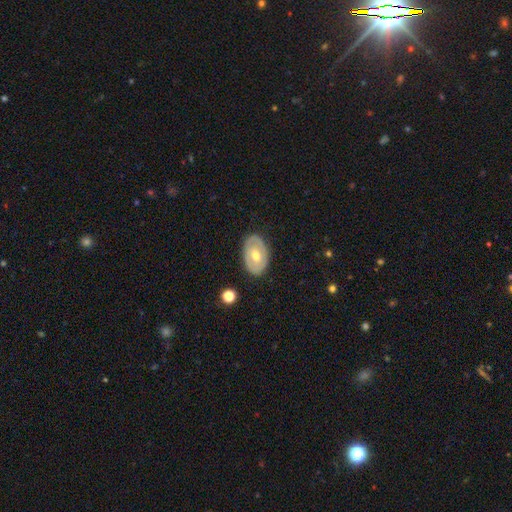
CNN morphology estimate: Overall: featured or disk (52%; smooth 42%). Edge-on disk: no (90%). Merging: none (83%).